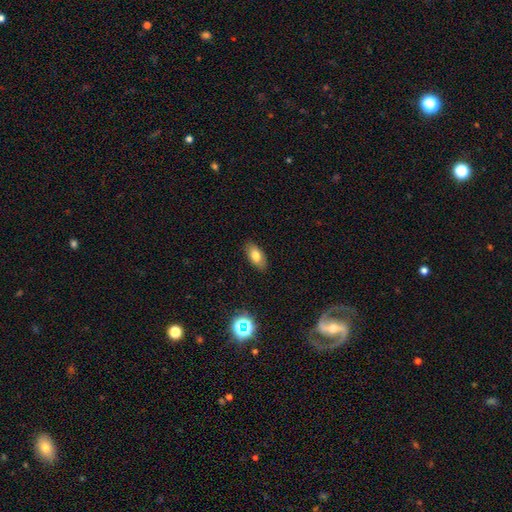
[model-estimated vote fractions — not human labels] smooth 77%, featured or disk 14%, star or artifact 9%. Down the decision tree: how rounded — in between (90%); merging — none (88%).